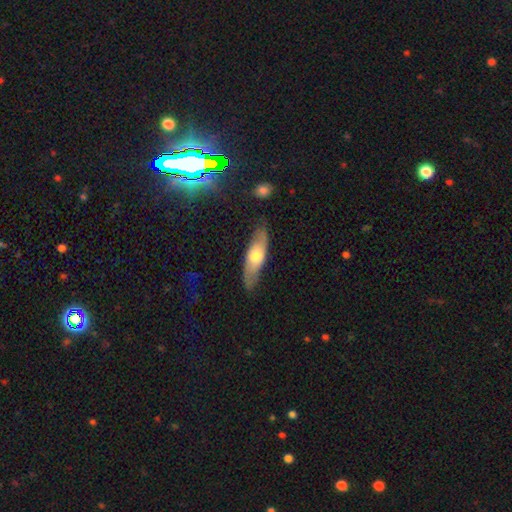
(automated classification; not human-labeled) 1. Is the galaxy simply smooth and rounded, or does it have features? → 54% smooth, 40% featured or disk, 5% star or artifact.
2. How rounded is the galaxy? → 50% in between, 48% cigar-shaped, 2% round.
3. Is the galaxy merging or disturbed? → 77% none, 17% minor disturbance, 4% major disturbance, 2% merger.